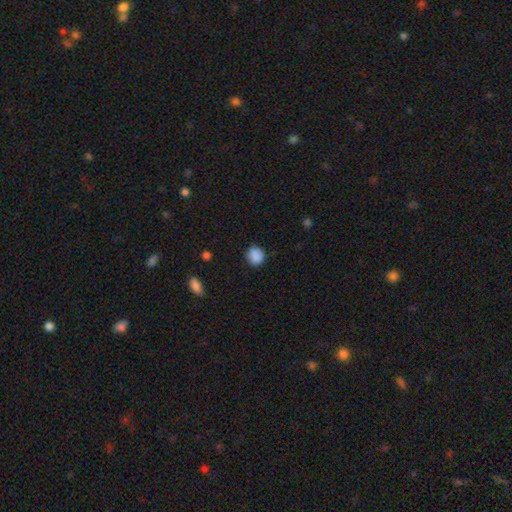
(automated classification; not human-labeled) A smooth galaxy with no disk features (87%) that is round (82%). Merging: none (83%).